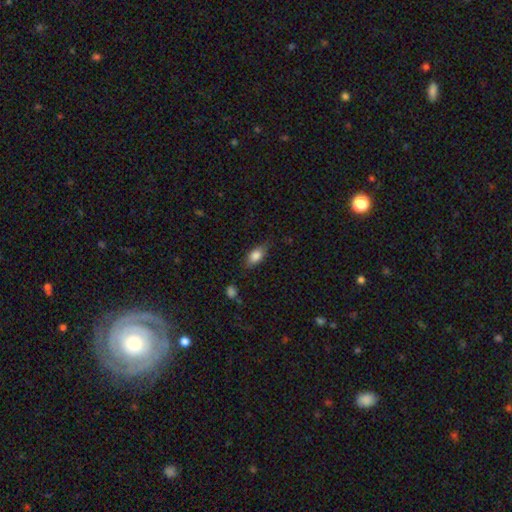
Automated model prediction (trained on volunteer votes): smooth-or-featured: smooth: 81% | featured or disk: 11% | star or artifact: 8%
  how-rounded: in between: 85% | cigar-shaped: 9% | round: 7%
  merging: none: 72% | minor disturbance: 21% | major disturbance: 5% | merger: 2%